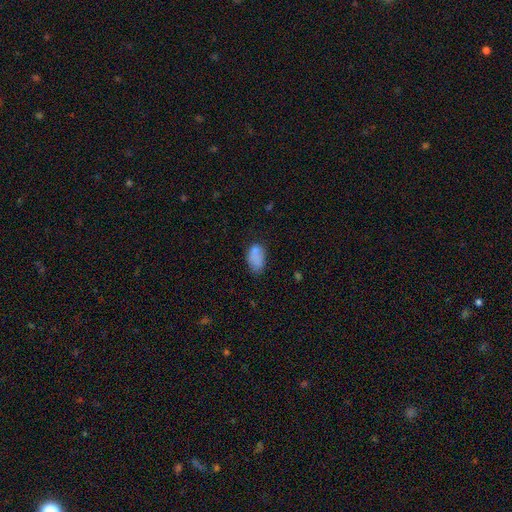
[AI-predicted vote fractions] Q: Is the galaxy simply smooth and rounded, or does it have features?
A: smooth — 78%.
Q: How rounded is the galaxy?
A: in between — 91%.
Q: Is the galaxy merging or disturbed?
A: none — 53%.